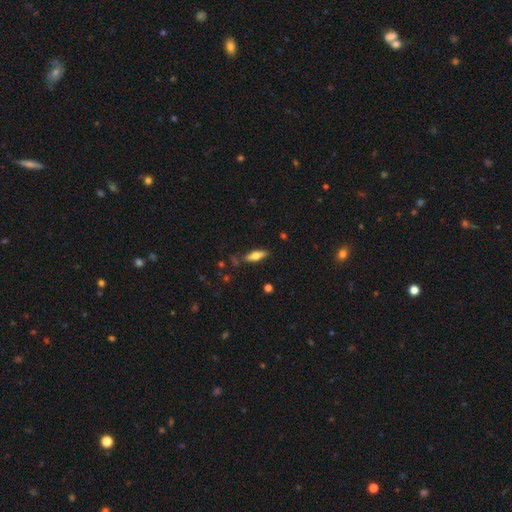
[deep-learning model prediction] Overall: smooth (58%; featured or disk 35%). How rounded: in between (51%; cigar-shaped 47%). Merging: none (78%).